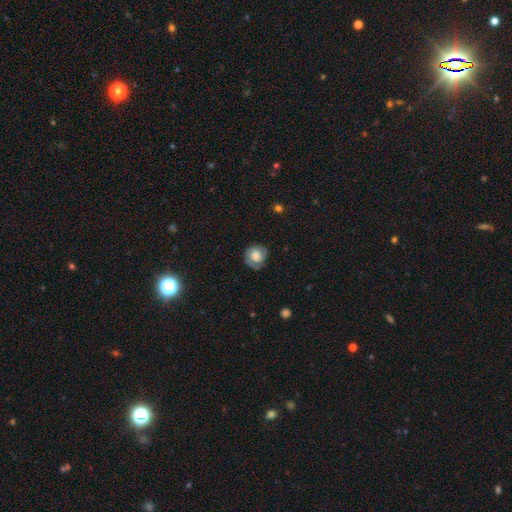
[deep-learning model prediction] Morphology: type=featured or disk (55%); edge-on=no (97%); bar=no (67%); spiral arms=yes (85%); bulge=large (48%); merging=none (73%).